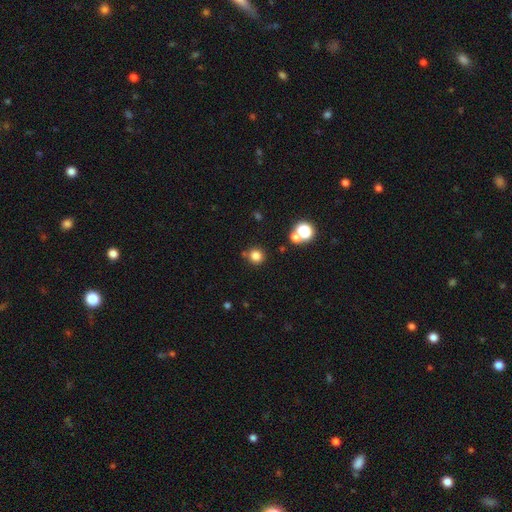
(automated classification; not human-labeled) Morphology: type=smooth (80%); roundness=round (92%); merging=none (79%).